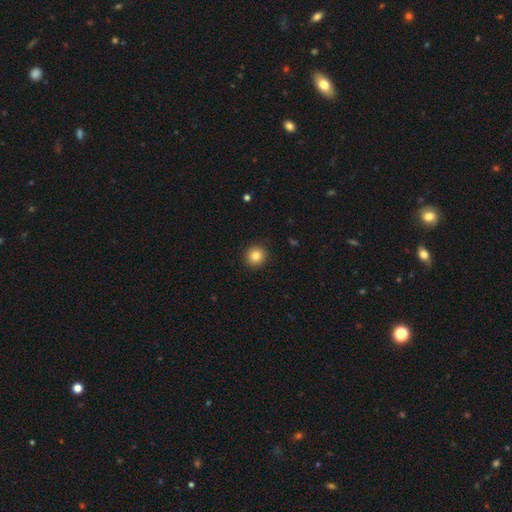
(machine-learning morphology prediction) Q: Smooth or featured?
A: smooth (83%); runner-up: star or artifact (10%)
Q: How rounded?
A: round (93%); runner-up: in between (6%)
Q: Merging?
A: none (92%); runner-up: minor disturbance (5%)